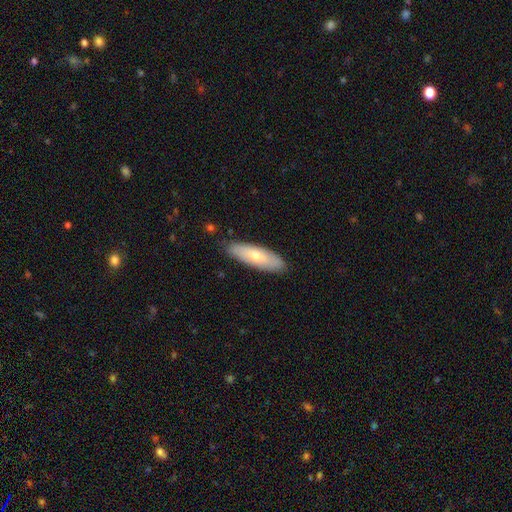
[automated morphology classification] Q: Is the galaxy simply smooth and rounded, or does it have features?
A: smooth — 63%.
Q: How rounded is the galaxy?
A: in between — 51%.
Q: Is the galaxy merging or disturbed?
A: none — 86%.